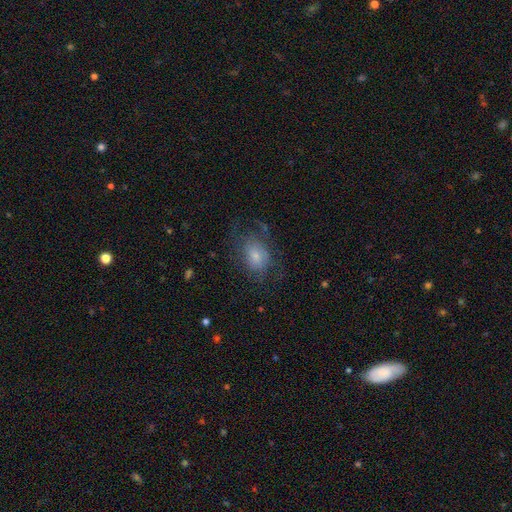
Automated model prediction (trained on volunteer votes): Morphology: type=smooth (50%); merging=none (58%).